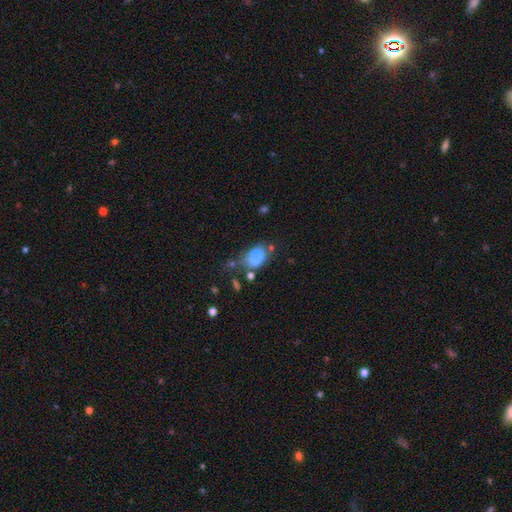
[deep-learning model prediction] smooth-or-featured: smooth: 76% | featured or disk: 14% | star or artifact: 10%
  how-rounded: in between: 74% | round: 24% | cigar-shaped: 2%
  merging: none: 51% | minor disturbance: 23% | merger: 16% | major disturbance: 10%